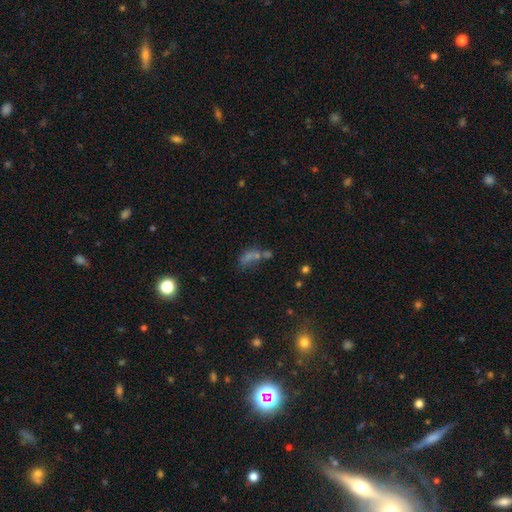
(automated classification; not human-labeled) This is possibly a smooth galaxy (51%). How rounded: likely in between (66%). Merging: marginally none (42%).